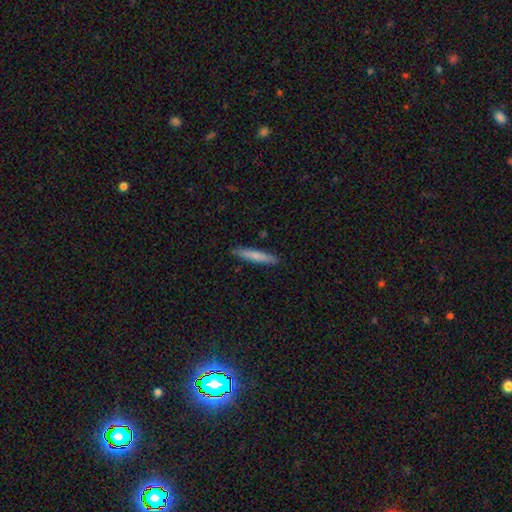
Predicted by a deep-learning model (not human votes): smooth-or-featured: smooth: 71% | featured or disk: 24% | star or artifact: 6%
  how-rounded: cigar-shaped: 93% | in between: 5% | round: 1%
  merging: none: 90% | minor disturbance: 8% | major disturbance: 1% | merger: 1%